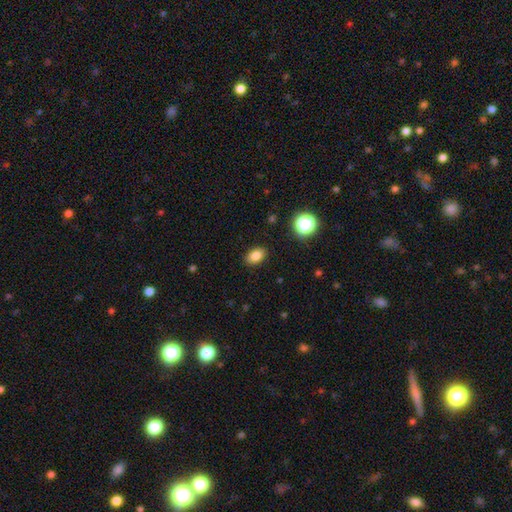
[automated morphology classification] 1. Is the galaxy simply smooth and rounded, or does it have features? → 84% smooth, 11% star or artifact, 6% featured or disk.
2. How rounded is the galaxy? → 82% in between, 17% round, 1% cigar-shaped.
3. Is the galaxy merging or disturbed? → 88% none, 8% minor disturbance, 2% major disturbance, 1% merger.